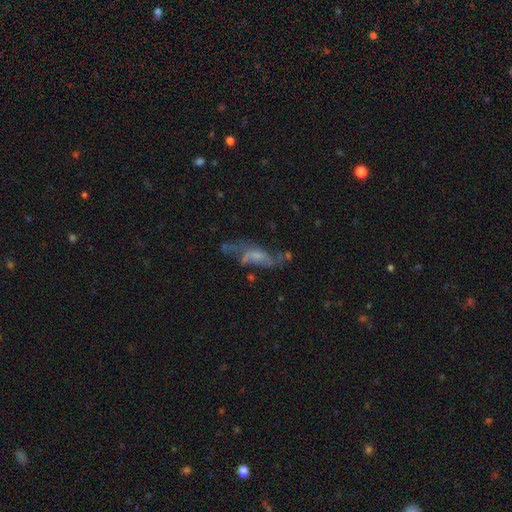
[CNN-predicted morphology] featured or disk 65%, smooth 23%, star or artifact 12%. Down the decision tree: edge-on disk — no (85%); bar — no (58%); spiral arms — yes (69%); bulge size — small (41%); merging — none (44%).